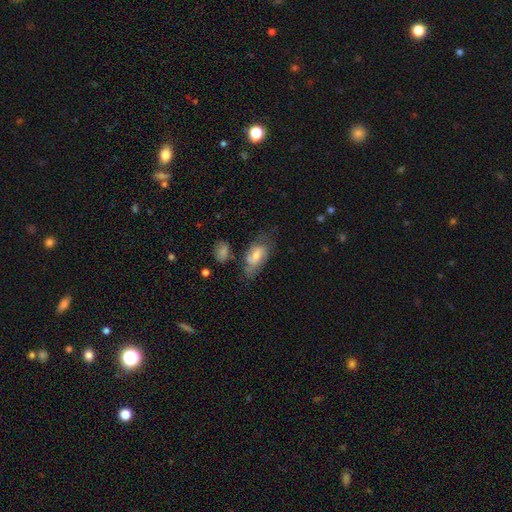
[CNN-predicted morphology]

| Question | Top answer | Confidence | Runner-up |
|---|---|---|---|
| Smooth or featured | smooth | 62% | featured or disk (31%) |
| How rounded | in between | 89% | cigar-shaped (6%) |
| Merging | none | 47% | minor disturbance (28%) |